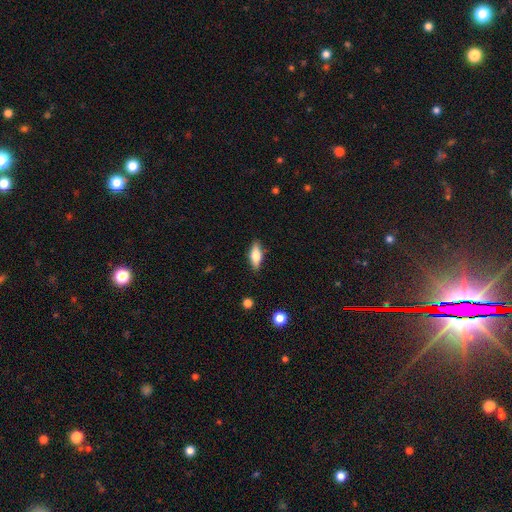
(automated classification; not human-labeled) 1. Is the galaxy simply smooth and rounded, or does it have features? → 64% smooth, 29% featured or disk, 7% star or artifact.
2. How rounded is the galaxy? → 67% in between, 30% cigar-shaped, 3% round.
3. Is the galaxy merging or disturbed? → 86% none, 11% minor disturbance, 2% major disturbance, 1% merger.